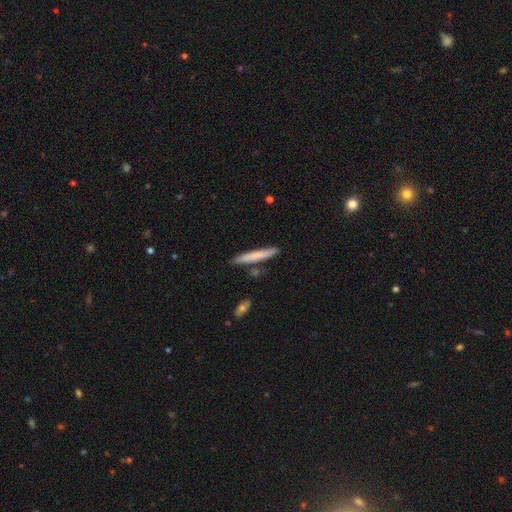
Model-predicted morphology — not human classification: type=smooth (69%); roundness=cigar-shaped (95%); merging=none (84%).